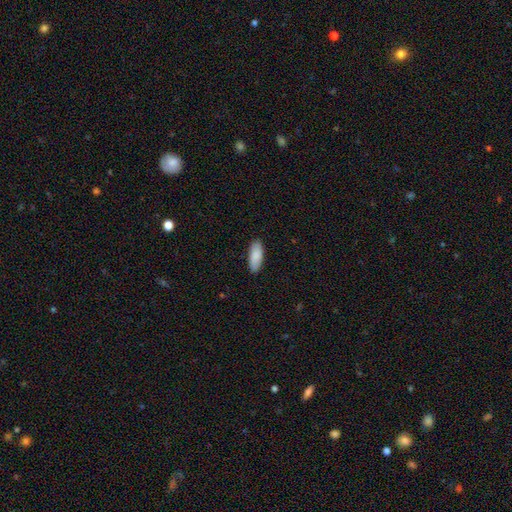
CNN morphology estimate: smooth-or-featured: smooth: 88% | featured or disk: 7% | star or artifact: 5%
  how-rounded: in between: 76% | cigar-shaped: 23% | round: 2%
  merging: none: 87% | minor disturbance: 10% | major disturbance: 2% | merger: 1%